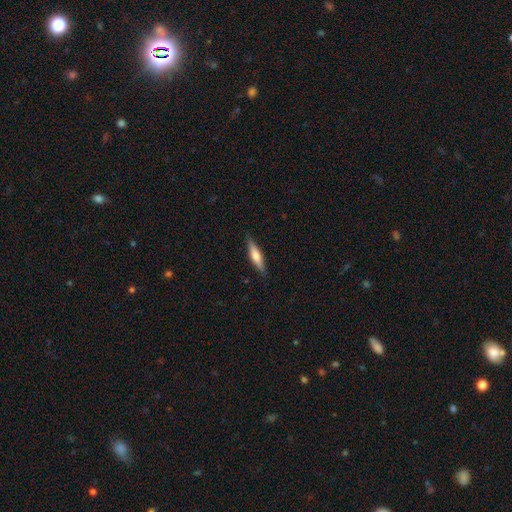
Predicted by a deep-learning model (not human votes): Overall: smooth (55%; featured or disk 40%). How rounded: cigar-shaped (77%). Merging: none (87%).